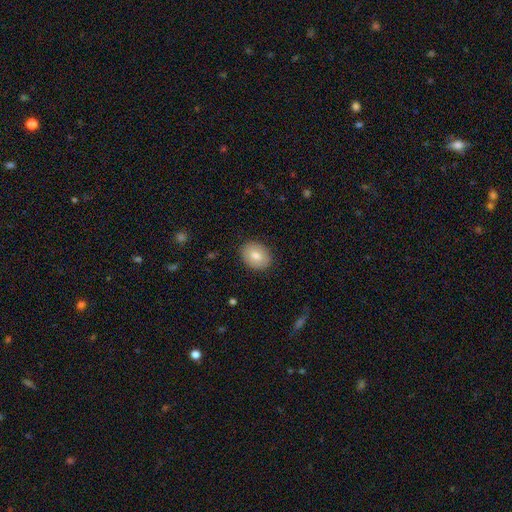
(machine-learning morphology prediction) smooth 80%, featured or disk 12%, star or artifact 8%. Down the decision tree: how rounded — in between (58%); merging — none (89%).